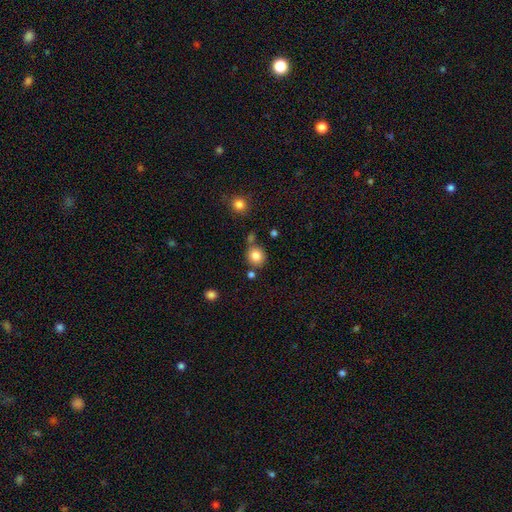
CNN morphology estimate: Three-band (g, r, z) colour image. It shows a smooth galaxy with no disk features (83%) that is round (85%). Merging: none (73%).